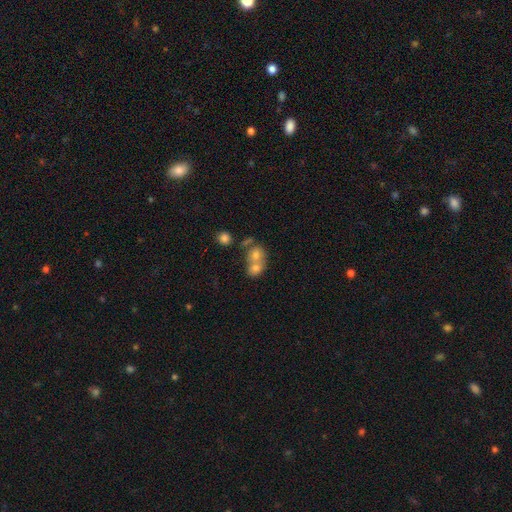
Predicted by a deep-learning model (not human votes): smooth_or_featured: smooth (p=0.68) [alt: featured or disk p=0.20]
how_rounded: round (p=0.58) [alt: in between p=0.41]
merging: merger (p=0.66) [alt: none p=0.24]